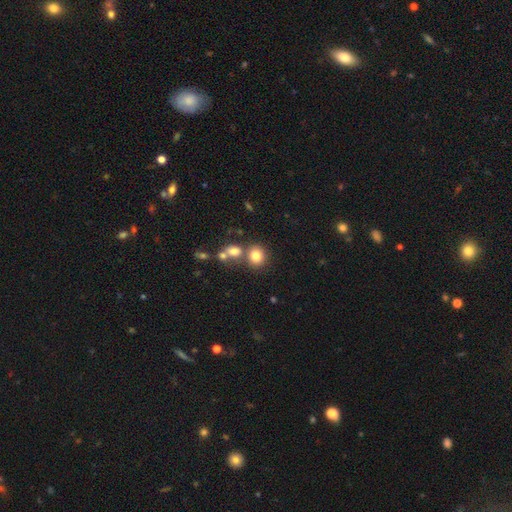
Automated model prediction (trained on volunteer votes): Smooth or featured: smooth — 79% (star or artifact — 12%)
How rounded: round — 77% (in between — 22%)
Merging: none — 60% (merger — 26%)